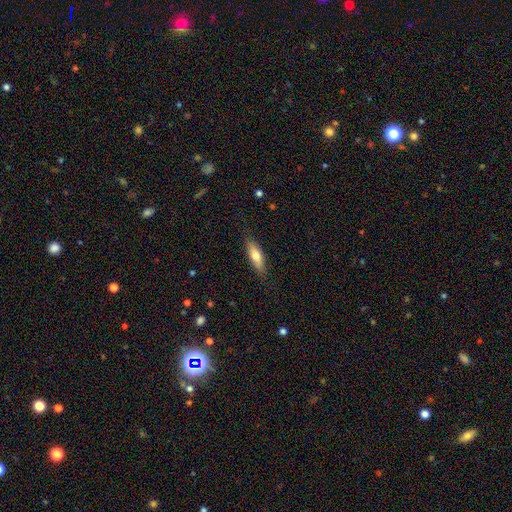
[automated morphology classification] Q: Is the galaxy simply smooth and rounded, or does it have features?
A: smooth — 67%.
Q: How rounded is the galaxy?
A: cigar-shaped — 52%.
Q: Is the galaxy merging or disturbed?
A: none — 84%.